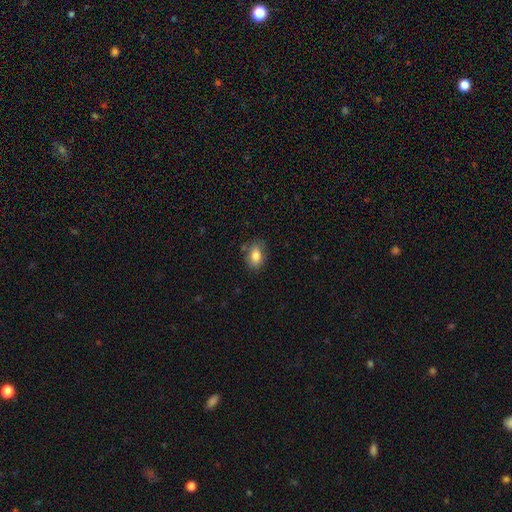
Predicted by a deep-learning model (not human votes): Smooth or featured? smooth (82%)
How rounded? in between (78%)
Merging? none (75%)